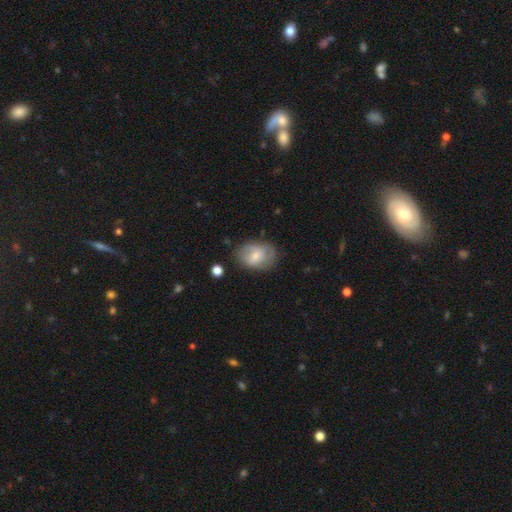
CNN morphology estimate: A smooth galaxy with no disk features (52%) that is in between round and cigar-shaped (69%).

Vote fractions:
- Smooth or featured? smooth: 52% / featured or disk: 40% / star or artifact: 7%
- How rounded? in between: 69% / round: 29% / cigar-shaped: 1%
- Merging? none: 66% / minor disturbance: 23% / major disturbance: 9% / merger: 2%